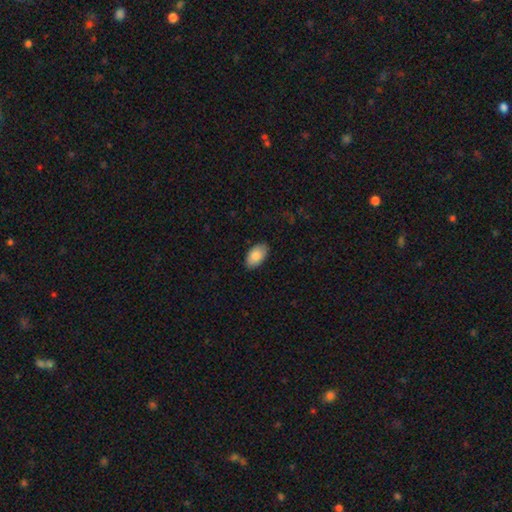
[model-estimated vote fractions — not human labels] A smooth galaxy with no disk features (85%) that is in between round and cigar-shaped (95%).

Vote fractions:
- Smooth or featured? smooth: 85% / featured or disk: 9% / star or artifact: 6%
- How rounded? in between: 95% / round: 4% / cigar-shaped: 1%
- Merging? none: 86% / minor disturbance: 11% / major disturbance: 2% / merger: 1%